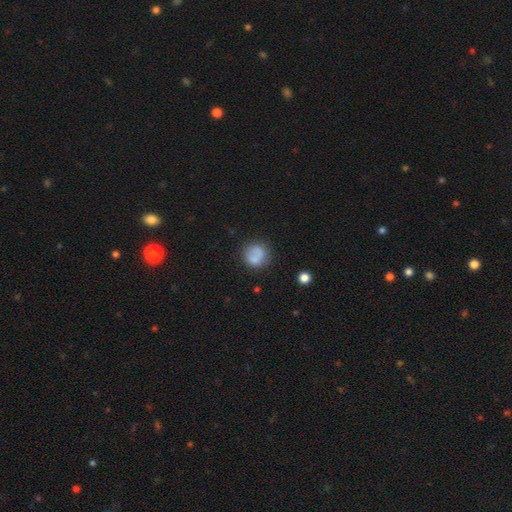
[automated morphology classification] type=smooth (77%); roundness=round (87%); merging=none (65%).